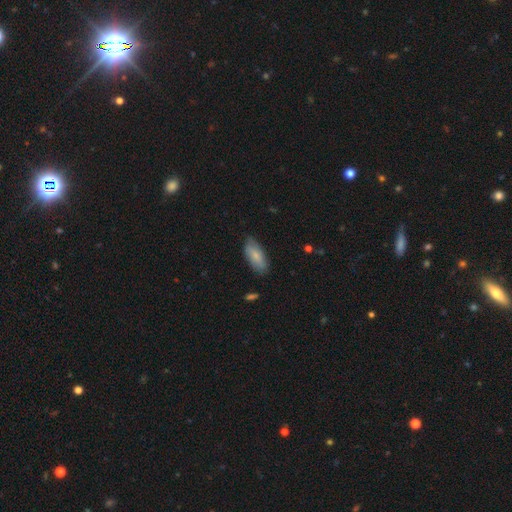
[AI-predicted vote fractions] Q: Smooth or featured?
A: smooth (74%); runner-up: featured or disk (20%)
Q: How rounded?
A: in between (84%); runner-up: cigar-shaped (14%)
Q: Merging?
A: none (75%); runner-up: minor disturbance (20%)